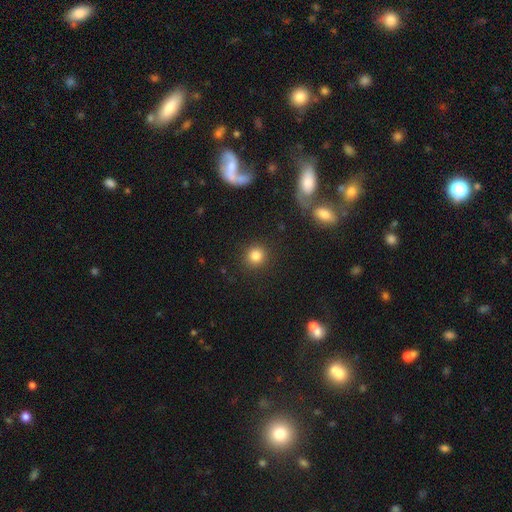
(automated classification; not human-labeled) A smooth galaxy with no disk features (84%) that is round (91%).

Vote fractions:
- Smooth or featured? smooth: 84% / star or artifact: 11% / featured or disk: 5%
- How rounded? round: 91% / in between: 8% / cigar-shaped: 1%
- Merging? none: 90% / minor disturbance: 6% / major disturbance: 2% / merger: 1%